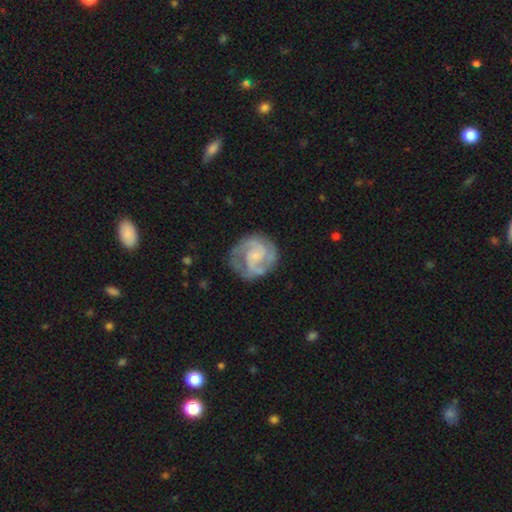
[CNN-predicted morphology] The model was most divided on "spiral winding": medium: 46%, tight: 41%, loose: 13%. More confident: edge-on disk — no (98%); spiral arms — yes (94%); smooth or featured — featured or disk (82%); merging — none (71%); spiral arm count — 2 (62%); bulge size — small (54%); bar — no (54%).